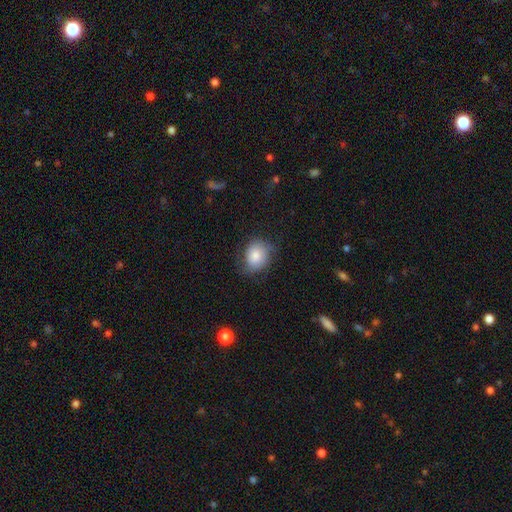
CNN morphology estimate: The model was most divided on "how rounded": round: 56%, in between: 43%, cigar-shaped: 1%. More confident: smooth or featured — smooth (75%); merging — none (65%).